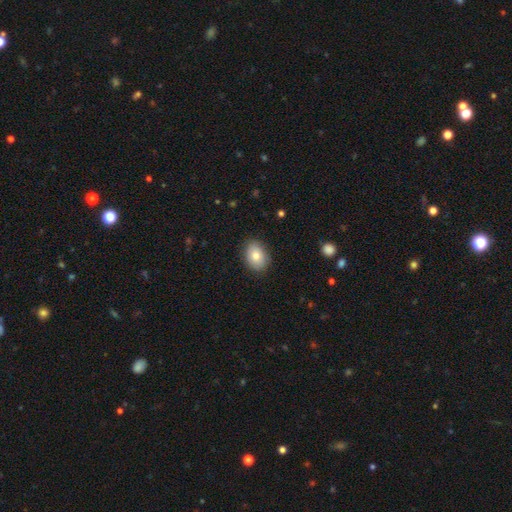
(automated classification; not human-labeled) The model was most divided on "how rounded": in between: 75%, round: 24%, cigar-shaped: 1%. More confident: merging — none (85%); smooth or featured — smooth (79%).